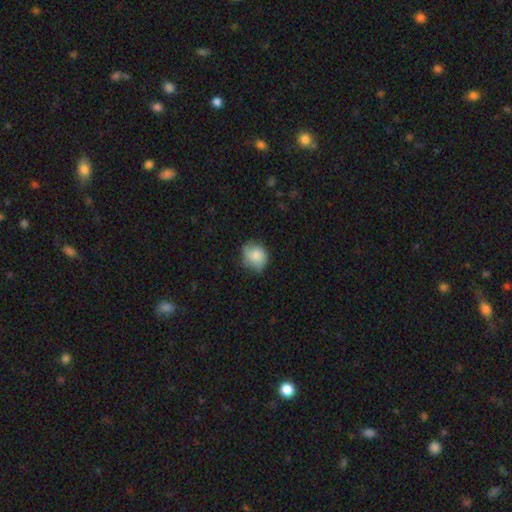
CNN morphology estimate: smooth-or-featured: smooth: 79% | featured or disk: 13% | star or artifact: 8%
  how-rounded: round: 69% | in between: 30% | cigar-shaped: 1%
  merging: none: 60% | minor disturbance: 31% | major disturbance: 7% | merger: 2%